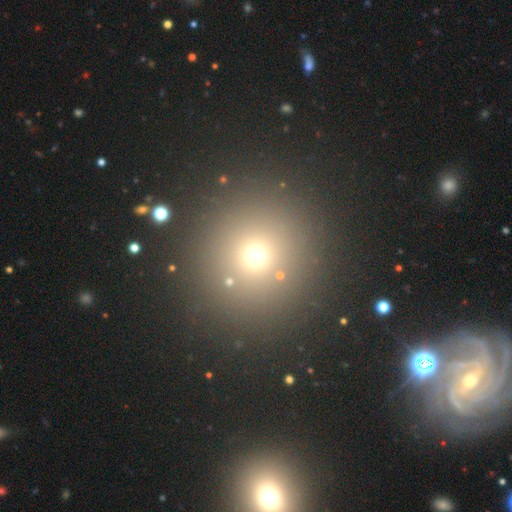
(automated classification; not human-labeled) A smooth galaxy with no disk features (61%) that is round (95%).

Vote fractions:
- Smooth or featured? smooth: 61% / star or artifact: 31% / featured or disk: 8%
- How rounded? round: 95% / in between: 4% / cigar-shaped: 1%
- Merging? none: 88% / minor disturbance: 6% / merger: 3% / major disturbance: 3%